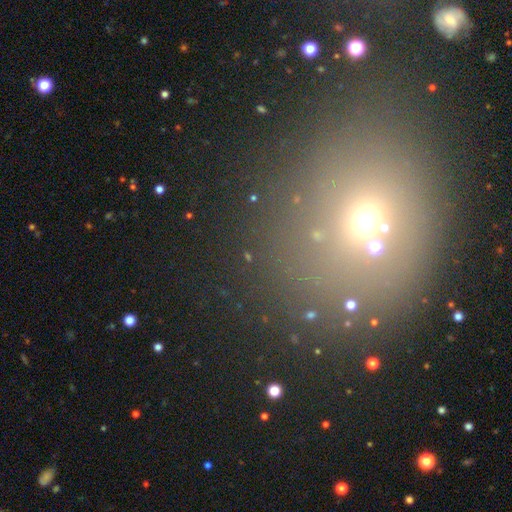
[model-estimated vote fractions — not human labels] The model was most divided on "smooth or featured": star or artifact: 50%, smooth: 41%, featured or disk: 10%.